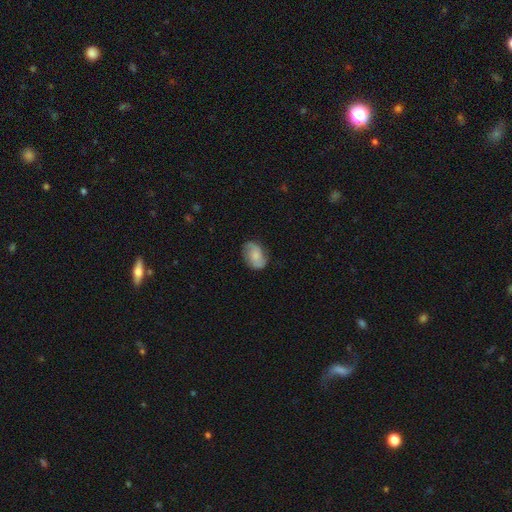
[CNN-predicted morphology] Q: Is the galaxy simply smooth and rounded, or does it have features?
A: smooth — 53%.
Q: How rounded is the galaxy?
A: in between — 81%.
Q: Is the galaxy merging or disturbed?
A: none — 72%.